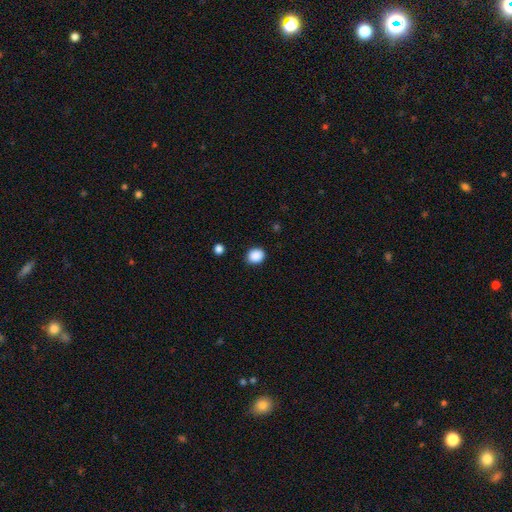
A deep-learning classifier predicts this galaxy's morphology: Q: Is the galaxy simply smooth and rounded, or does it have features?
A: smooth — 89%.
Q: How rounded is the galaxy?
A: round — 67%.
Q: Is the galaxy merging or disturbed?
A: none — 88%.